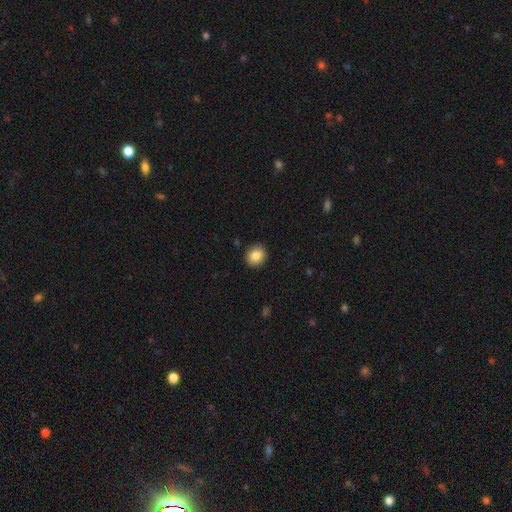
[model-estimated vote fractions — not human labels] smooth 85%, star or artifact 9%, featured or disk 6%. Down the decision tree: how rounded — round (76%); merging — none (91%).